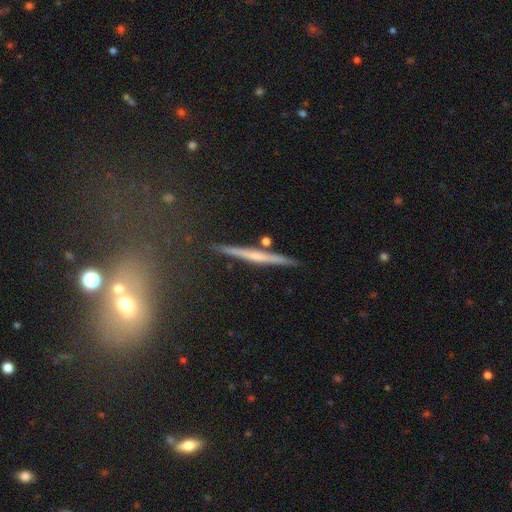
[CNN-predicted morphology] This appears to be a featured or disk galaxy (62%) viewed edge-on (92%) with no central bulge (49%). Merging: none (83%).